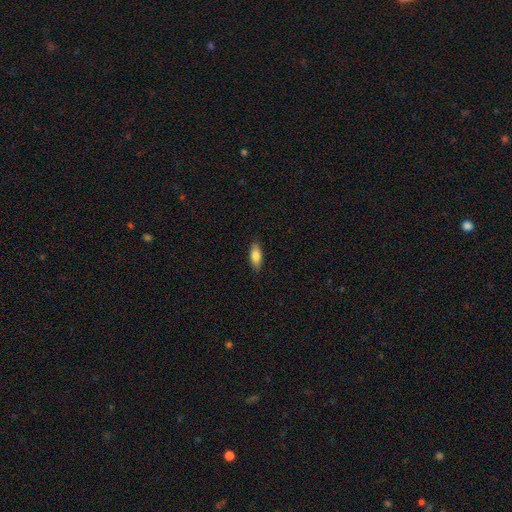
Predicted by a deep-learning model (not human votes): The model was most divided on "how rounded": in between: 77%, cigar-shaped: 21%, round: 2%. More confident: merging — none (87%); smooth or featured — smooth (82%).